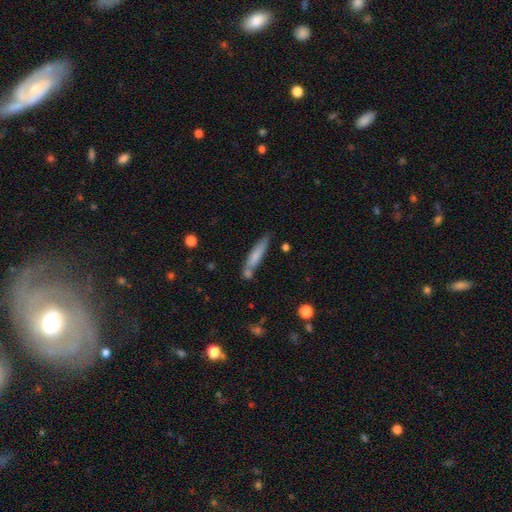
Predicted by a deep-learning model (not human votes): Q: Smooth or featured?
A: smooth (73%); runner-up: featured or disk (20%)
Q: How rounded?
A: cigar-shaped (86%); runner-up: in between (12%)
Q: Merging?
A: none (64%); runner-up: minor disturbance (18%)